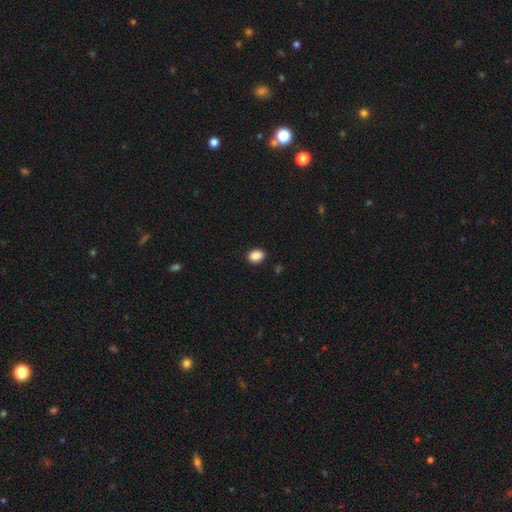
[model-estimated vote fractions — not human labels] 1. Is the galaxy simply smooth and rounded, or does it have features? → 89% smooth, 8% star or artifact, 3% featured or disk.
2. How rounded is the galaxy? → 71% in between, 28% round, 1% cigar-shaped.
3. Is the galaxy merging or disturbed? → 87% none, 10% minor disturbance, 2% major disturbance, 1% merger.